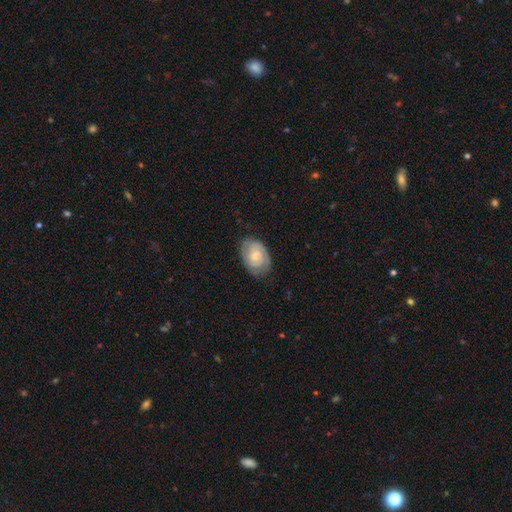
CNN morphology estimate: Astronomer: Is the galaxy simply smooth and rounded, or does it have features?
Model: featured or disk — 59% (runner-up: smooth, 35%).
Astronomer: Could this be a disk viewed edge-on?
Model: no — 96%.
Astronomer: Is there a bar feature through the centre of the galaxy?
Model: no — 46% (runner-up: weak, 45%).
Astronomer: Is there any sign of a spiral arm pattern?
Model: yes — 83%.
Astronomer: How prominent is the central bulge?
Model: moderate — 50% (runner-up: small, 32%).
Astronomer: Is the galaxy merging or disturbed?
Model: none — 72%.